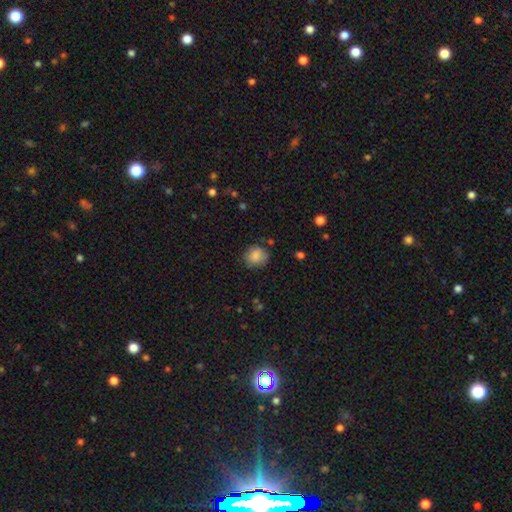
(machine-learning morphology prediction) Q: Smooth or featured?
A: smooth (85%); runner-up: star or artifact (9%)
Q: How rounded?
A: round (77%); runner-up: in between (22%)
Q: Merging?
A: none (74%); runner-up: minor disturbance (19%)